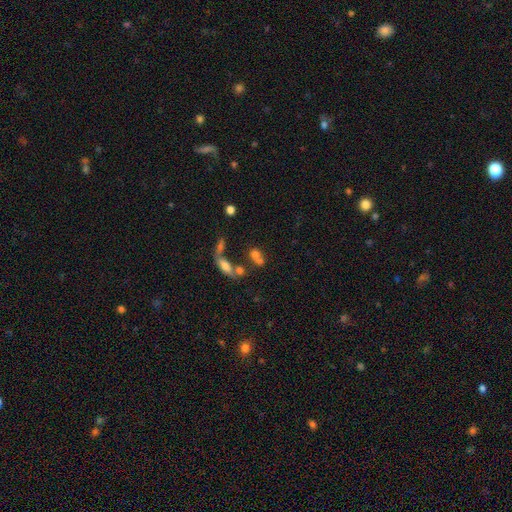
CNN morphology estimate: type=smooth (65%); roundness=in between (54%); merging=merger (50%).